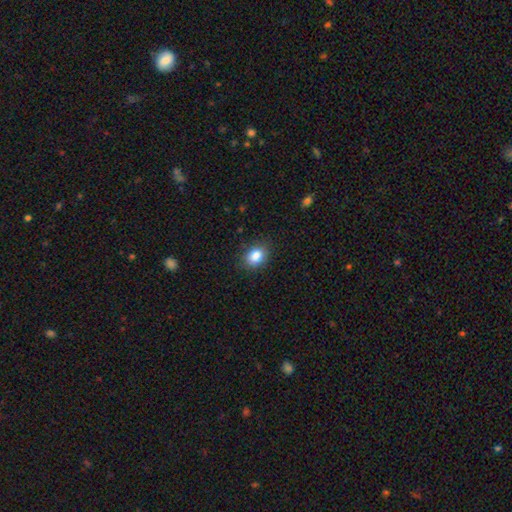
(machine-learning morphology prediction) type=smooth (86%); roundness=in between (65%); merging=none (84%).